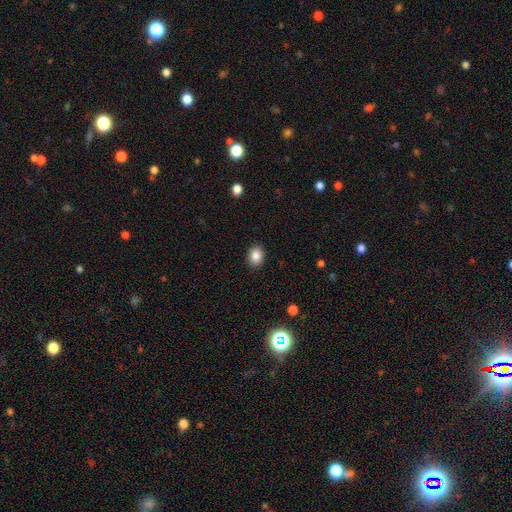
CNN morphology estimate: This appears to be a smooth galaxy with no disk features (86%) that is in between round and cigar-shaped (56%). Merging: none (90%).